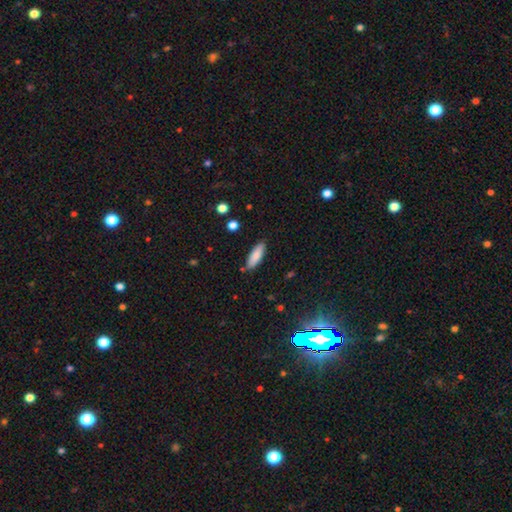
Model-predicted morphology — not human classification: smooth_or_featured: smooth (p=0.85) [alt: featured or disk p=0.09]
how_rounded: in between (p=0.56) [alt: cigar-shaped p=0.42]
merging: none (p=0.84) [alt: minor disturbance p=0.11]